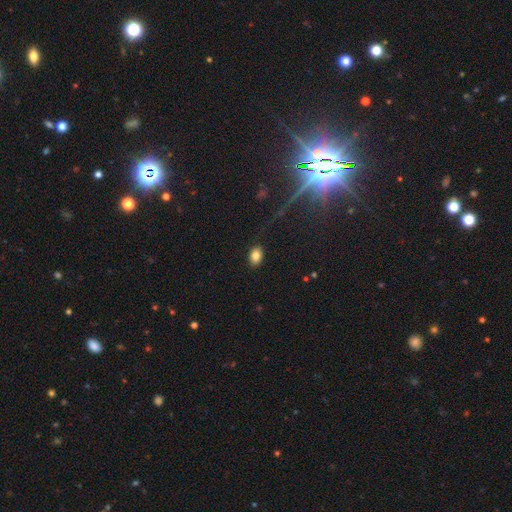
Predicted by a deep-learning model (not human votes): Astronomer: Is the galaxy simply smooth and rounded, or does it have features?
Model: smooth — 83%.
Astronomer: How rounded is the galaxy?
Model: in between — 84%.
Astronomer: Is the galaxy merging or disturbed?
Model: none — 87%.